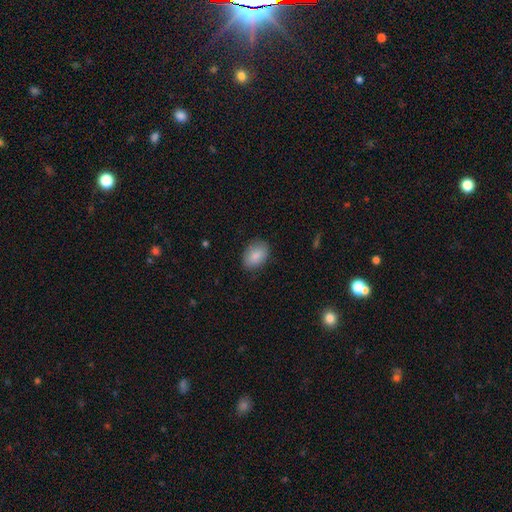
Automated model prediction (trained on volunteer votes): Smooth or featured? Predicted: smooth (p=0.86). How rounded? Predicted: in between (p=0.82). Merging? Predicted: none (p=0.81).